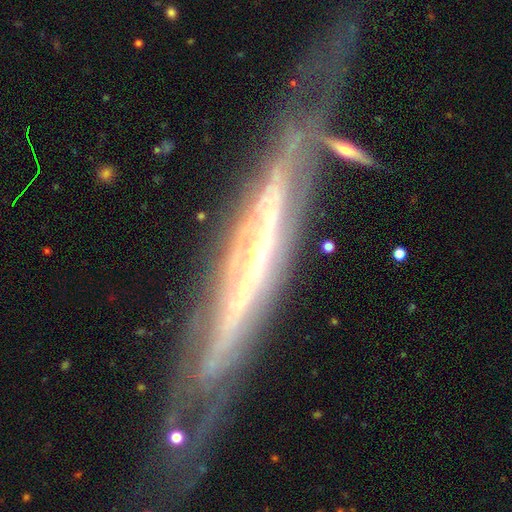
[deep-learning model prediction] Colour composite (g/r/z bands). It shows a featured or disk galaxy (84%) viewed edge-on (69%) with a rounded central bulge (51%). Merging: none (60%).